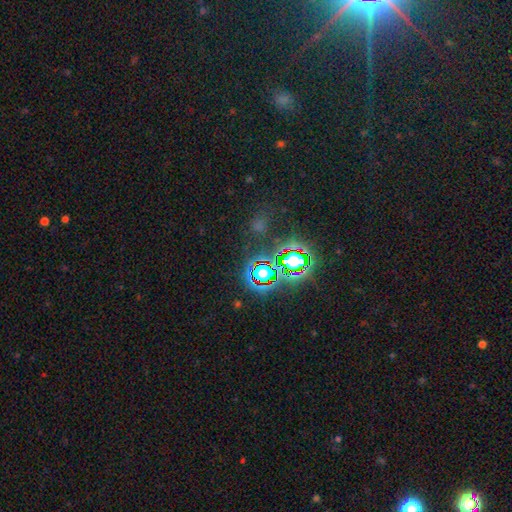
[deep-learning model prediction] Q: Smooth or featured?
A: star or artifact (77%); runner-up: smooth (14%)